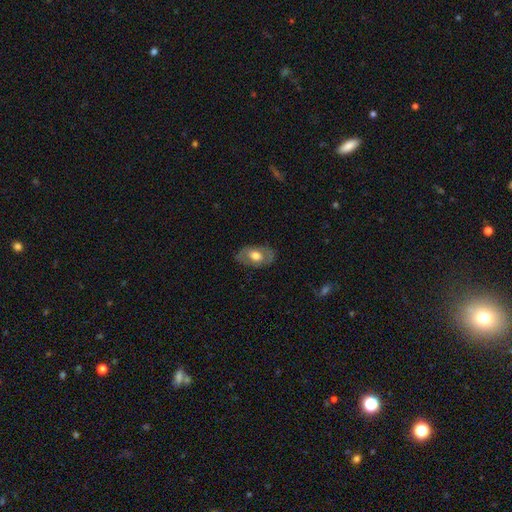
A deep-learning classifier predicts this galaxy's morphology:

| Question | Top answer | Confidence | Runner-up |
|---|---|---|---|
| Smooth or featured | smooth | 47% | featured or disk (46%) |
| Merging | none | 76% | minor disturbance (17%) |